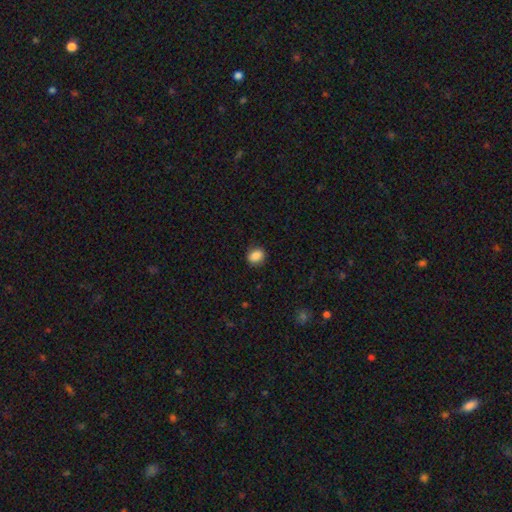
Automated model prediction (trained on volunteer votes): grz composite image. It shows a smooth galaxy with no disk features (87%) that is round (51%). Merging: none (86%).